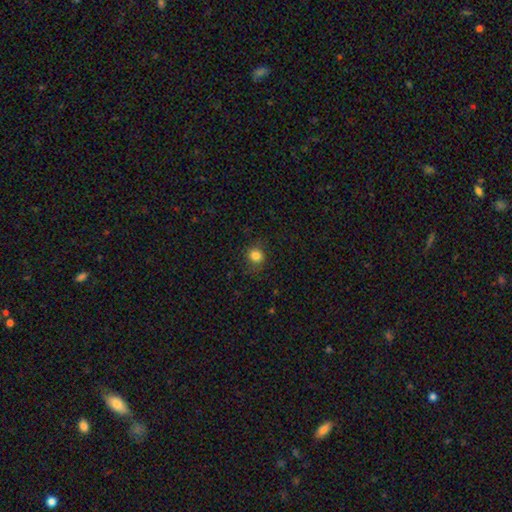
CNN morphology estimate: This is clearly a smooth galaxy (83%). How rounded: clearly round (84%). Merging: clearly none (83%).